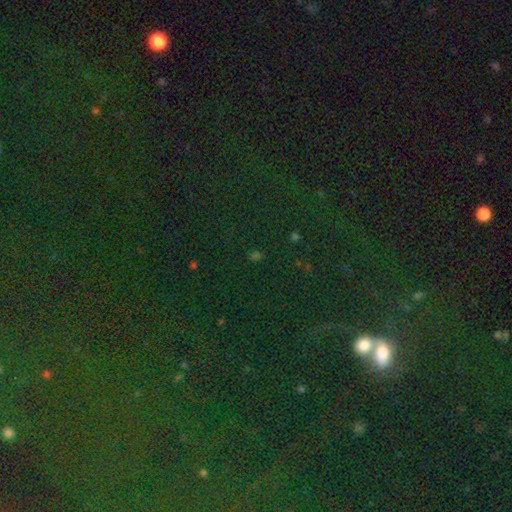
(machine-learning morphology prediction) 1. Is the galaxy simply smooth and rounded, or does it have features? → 68% star or artifact, 24% smooth, 8% featured or disk.